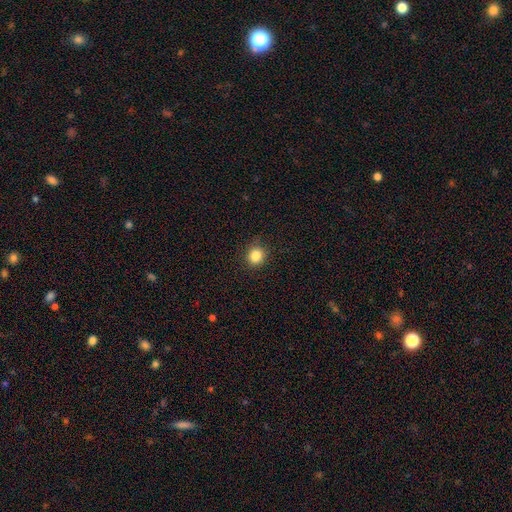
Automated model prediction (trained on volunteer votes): Q: Smooth or featured?
A: smooth (85%); runner-up: star or artifact (11%)
Q: How rounded?
A: round (85%); runner-up: in between (14%)
Q: Merging?
A: none (87%); runner-up: minor disturbance (10%)